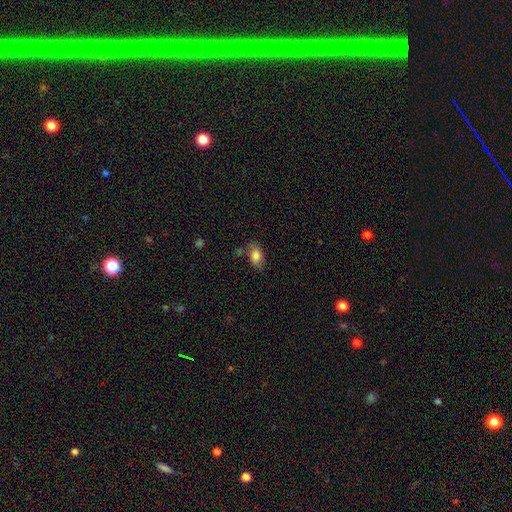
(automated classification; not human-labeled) Overall: smooth (81%). How rounded: in between (90%). Merging: none (70%).